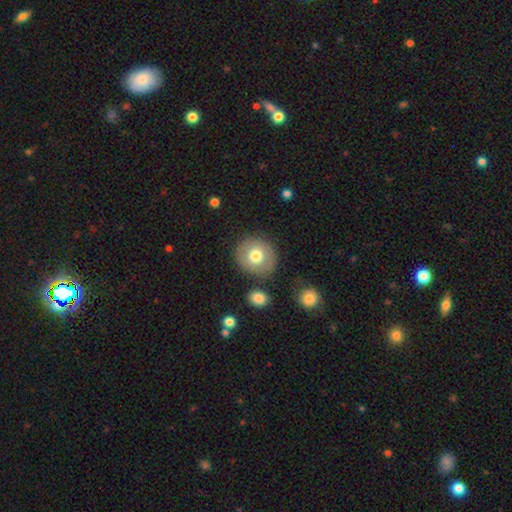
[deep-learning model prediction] Morphology: type=smooth (71%); roundness=round (81%); merging=none (81%).